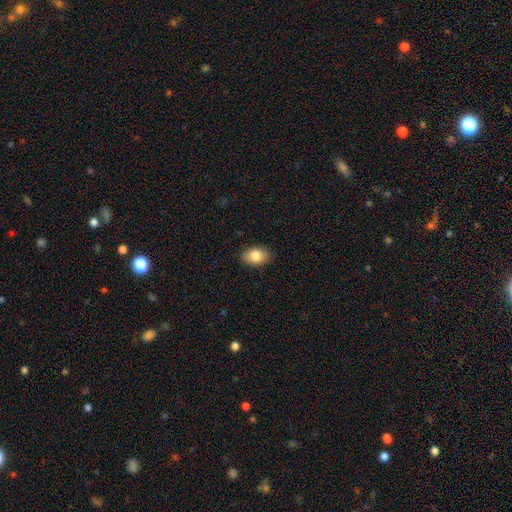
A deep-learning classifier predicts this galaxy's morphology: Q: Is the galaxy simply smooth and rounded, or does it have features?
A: smooth — 83%.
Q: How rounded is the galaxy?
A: in between — 85%.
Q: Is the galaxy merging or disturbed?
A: none — 89%.